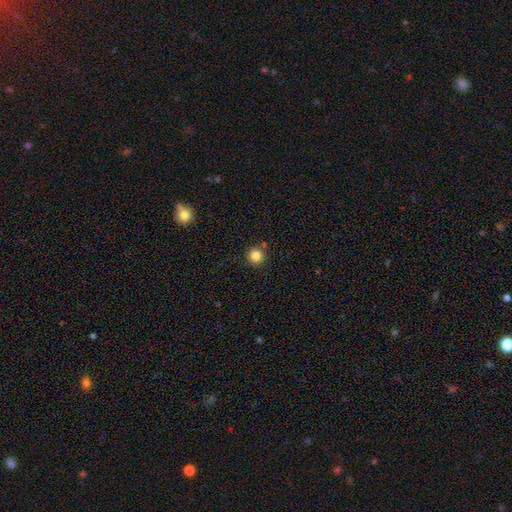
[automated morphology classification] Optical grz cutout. It shows a smooth galaxy with no disk features (85%) that is round (95%). Merging: none (86%).